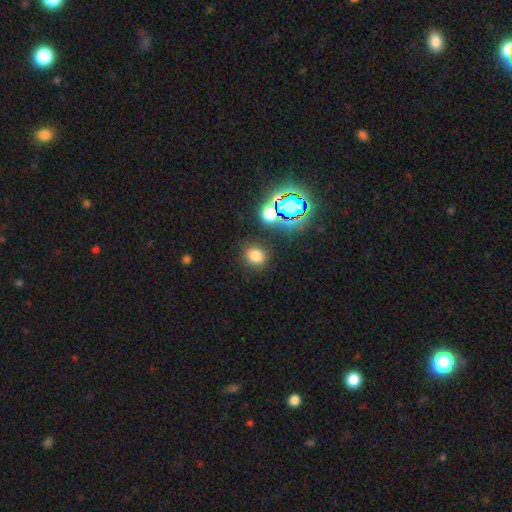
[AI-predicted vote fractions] A smooth galaxy with no disk features (75%) that is round (69%). Merging: none (83%).